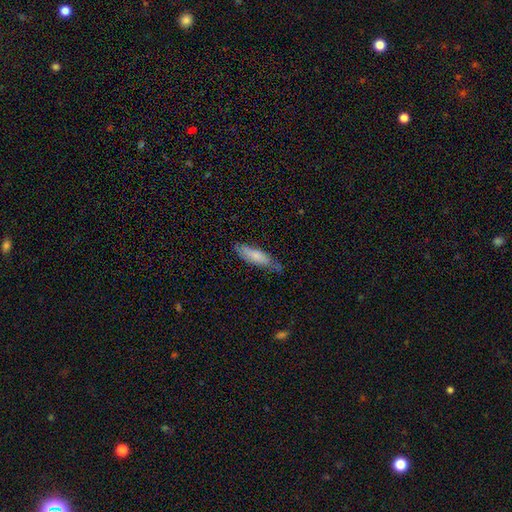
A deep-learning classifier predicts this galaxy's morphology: Smooth or featured? Predicted: smooth (p=0.69). How rounded? Predicted: cigar-shaped (p=0.56). Merging? Predicted: none (p=0.60).